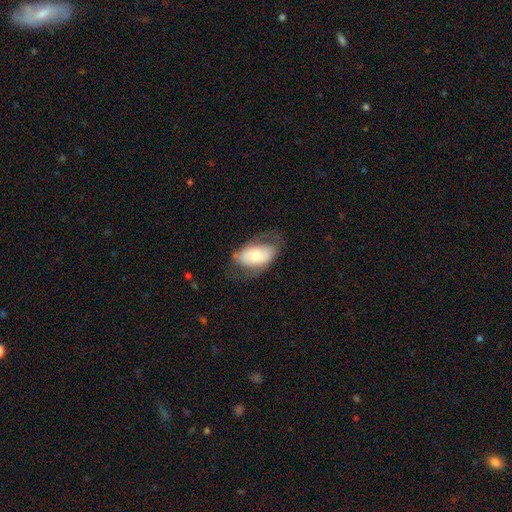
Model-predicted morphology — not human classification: A smooth galaxy with no disk features (57%) that is in between round and cigar-shaped (92%). Merging: none (58%).